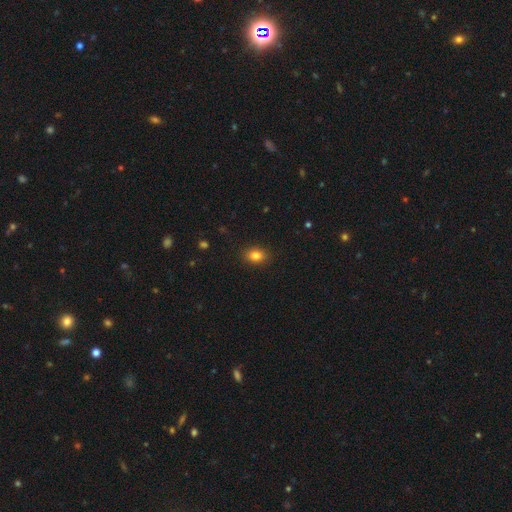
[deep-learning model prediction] A smooth galaxy with no disk features (83%) that is in between round and cigar-shaped (69%). Merging: none (89%).